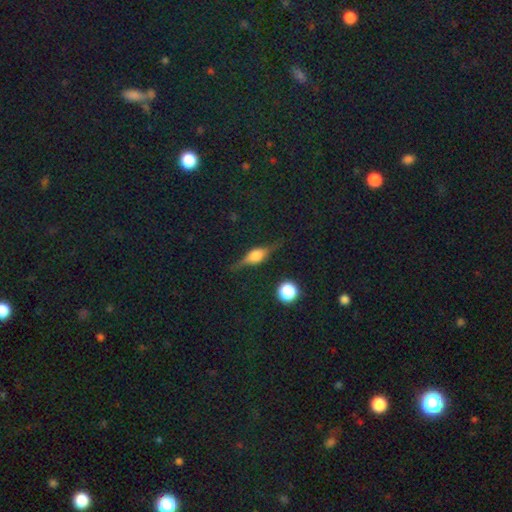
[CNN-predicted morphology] Overall: featured or disk (72%). Edge-on disk: yes (95%). Edge-on bulge: rounded (89%). Merging: none (81%).